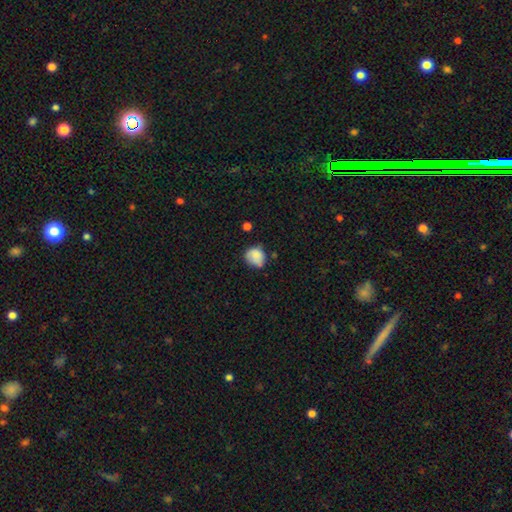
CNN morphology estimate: Q: Smooth or featured?
A: smooth (82%); runner-up: featured or disk (9%)
Q: How rounded?
A: round (72%); runner-up: in between (27%)
Q: Merging?
A: none (58%); runner-up: minor disturbance (31%)